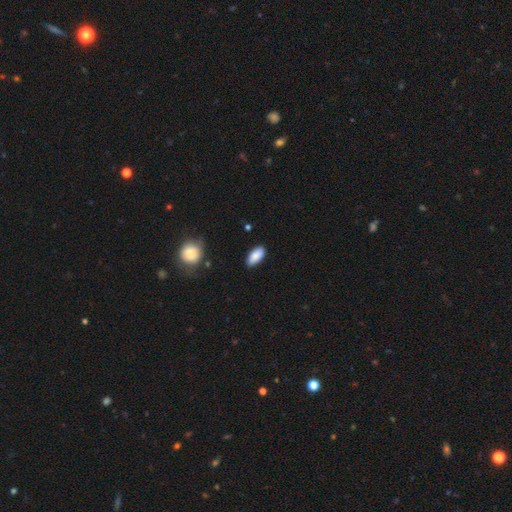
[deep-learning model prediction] This is clearly a smooth galaxy (87%). How rounded: clearly in between (90%). Merging: clearly none (86%).